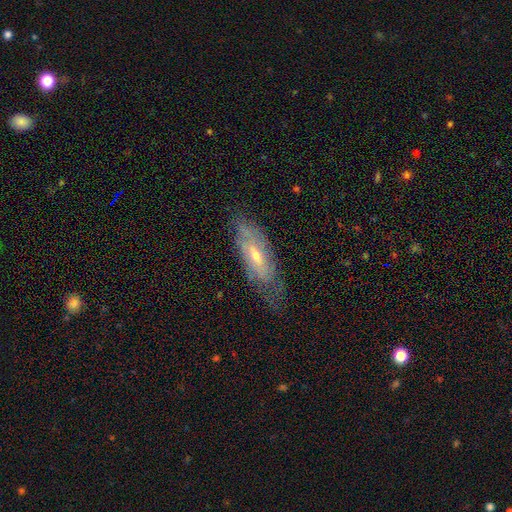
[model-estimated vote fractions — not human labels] The model was most divided on "smooth or featured": featured or disk: 62%, smooth: 31%, star or artifact: 7%. More confident: edge-on disk — no (75%); merging — none (59%).